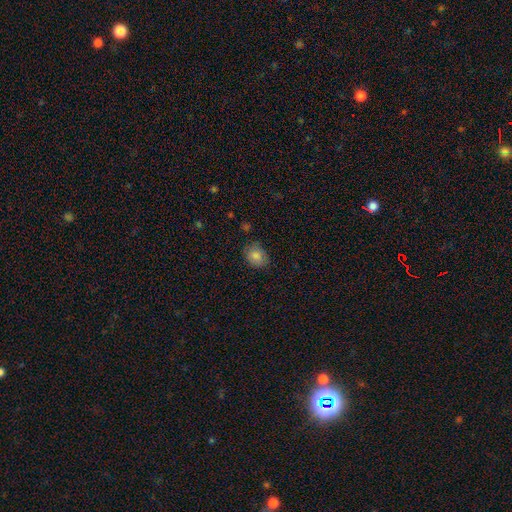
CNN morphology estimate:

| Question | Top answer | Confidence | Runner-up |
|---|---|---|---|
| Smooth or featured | smooth | 82% | star or artifact (9%) |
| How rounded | round | 50% | in between (49%) |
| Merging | none | 77% | minor disturbance (18%) |